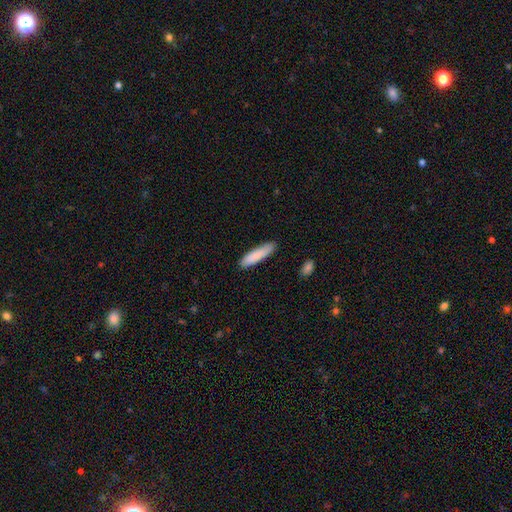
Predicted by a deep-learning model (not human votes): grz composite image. It shows a smooth galaxy with no disk features (86%) that is cigar-shaped (78%). Merging: none (85%).